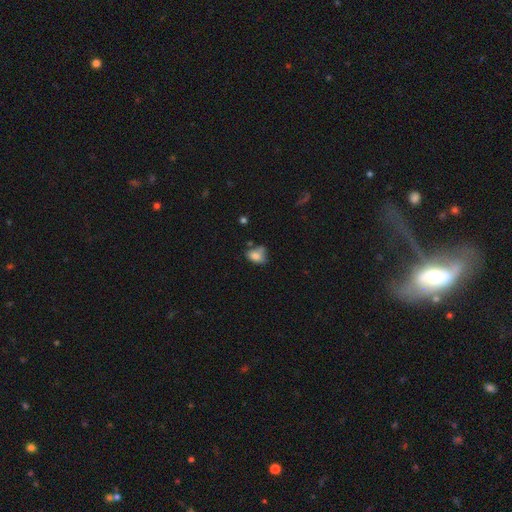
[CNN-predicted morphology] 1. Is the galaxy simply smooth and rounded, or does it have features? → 75% smooth, 14% featured or disk, 11% star or artifact.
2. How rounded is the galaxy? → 77% in between, 21% round, 2% cigar-shaped.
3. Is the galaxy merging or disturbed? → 40% none, 33% minor disturbance, 14% major disturbance, 13% merger.